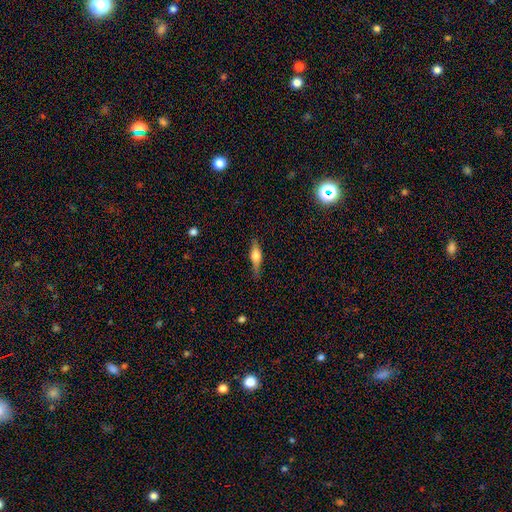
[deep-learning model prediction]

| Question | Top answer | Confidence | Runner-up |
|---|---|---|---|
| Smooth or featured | smooth | 51% | featured or disk (42%) |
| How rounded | cigar-shaped | 58% | in between (39%) |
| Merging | none | 77% | minor disturbance (18%) |